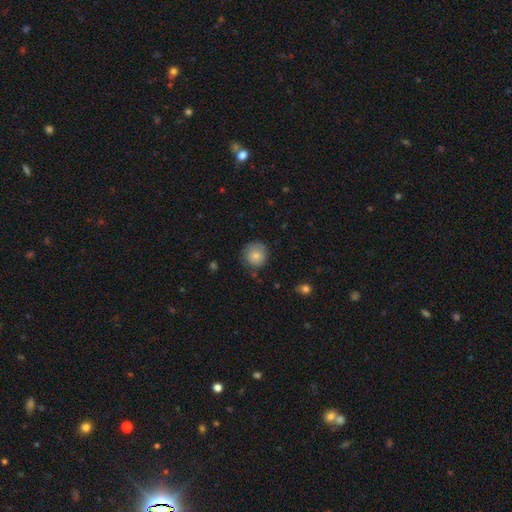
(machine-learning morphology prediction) The model was most divided on "merging": none: 80%, minor disturbance: 15%, major disturbance: 3%, merger: 2%. More confident: how rounded — round (93%); smooth or featured — smooth (82%).